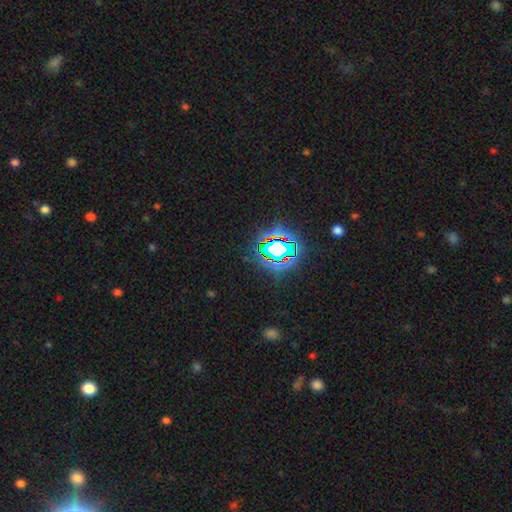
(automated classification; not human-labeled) Smooth or featured? Predicted: star or artifact (p=0.80).